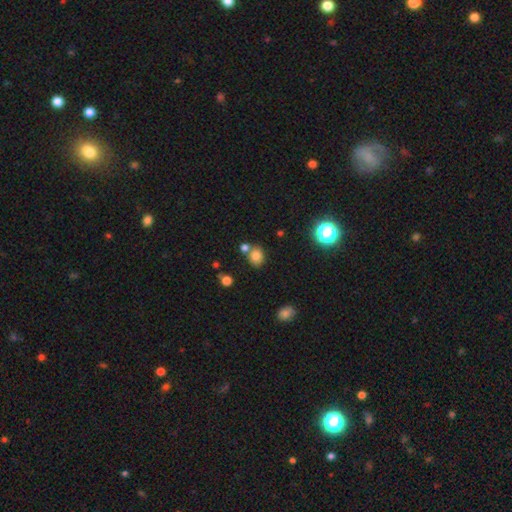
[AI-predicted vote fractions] A smooth galaxy with no disk features (78%) that is round (63%). Merging: none (63%).